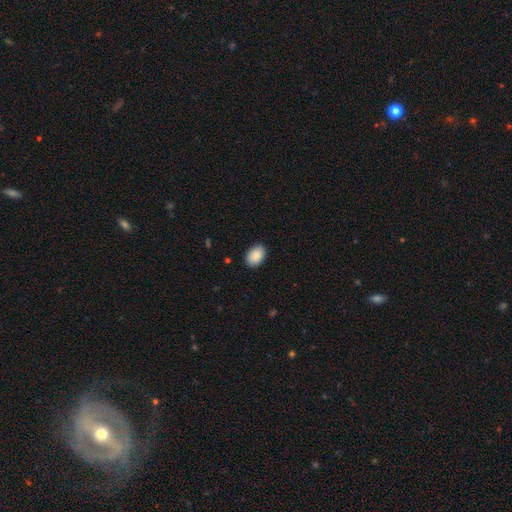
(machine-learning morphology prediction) Overall: smooth (90%). How rounded: in between (88%). Merging: none (90%).